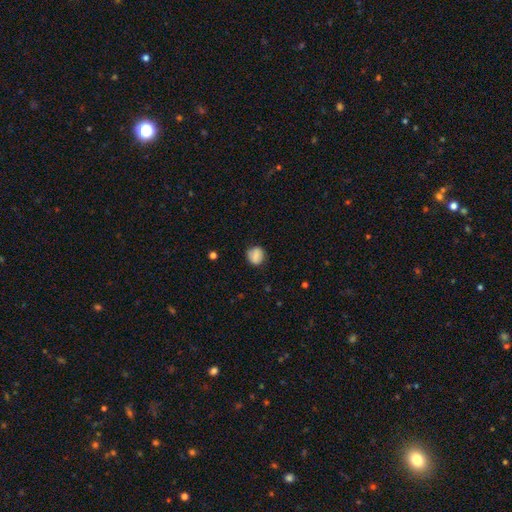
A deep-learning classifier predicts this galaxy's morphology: Smooth or featured? Predicted: smooth (p=0.74). How rounded? Predicted: round (p=0.82). Merging? Predicted: none (p=0.78).